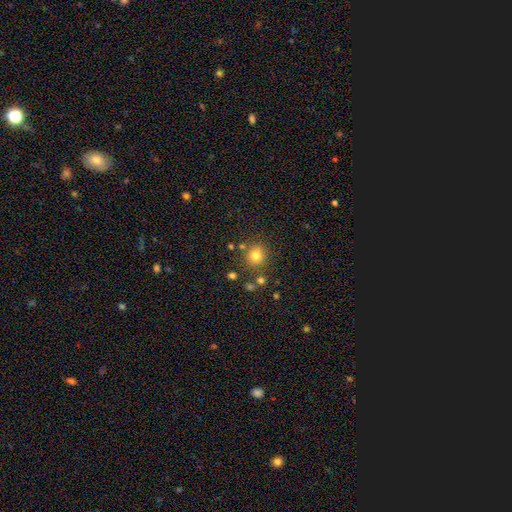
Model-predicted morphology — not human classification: Smooth or featured: smooth — 77% (star or artifact — 15%)
How rounded: round — 86% (in between — 13%)
Merging: none — 79% (minor disturbance — 10%)